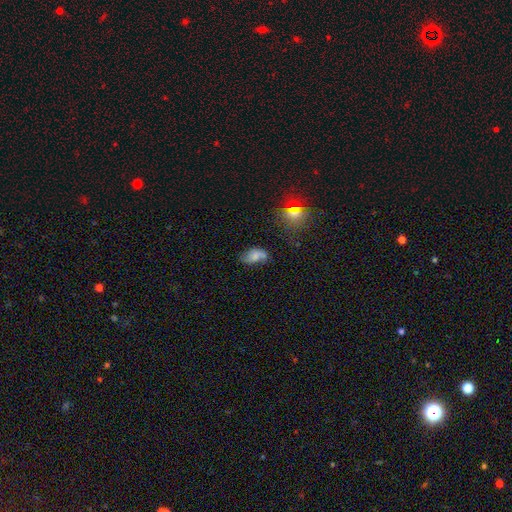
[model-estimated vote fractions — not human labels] smooth_or_featured: smooth (p=0.49) [alt: featured or disk p=0.39]
merging: none (p=0.47) [alt: minor disturbance p=0.30]